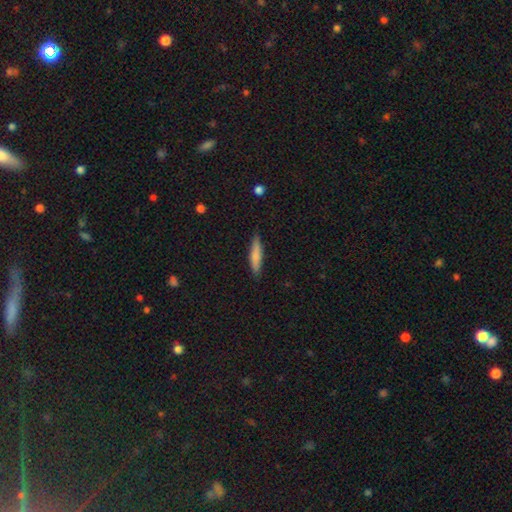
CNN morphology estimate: Smooth or featured: smooth — 77% (featured or disk — 18%)
How rounded: cigar-shaped — 83% (in between — 16%)
Merging: none — 85% (minor disturbance — 11%)